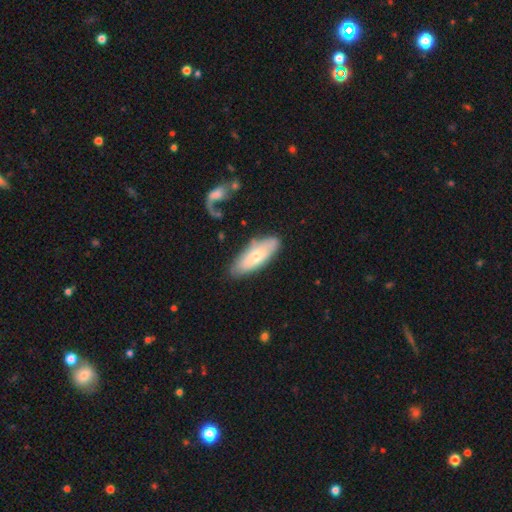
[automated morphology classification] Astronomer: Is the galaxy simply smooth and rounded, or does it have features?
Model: smooth — 58% (runner-up: featured or disk, 36%).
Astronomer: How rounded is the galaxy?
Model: in between — 71%.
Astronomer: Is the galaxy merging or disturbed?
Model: none — 75%.